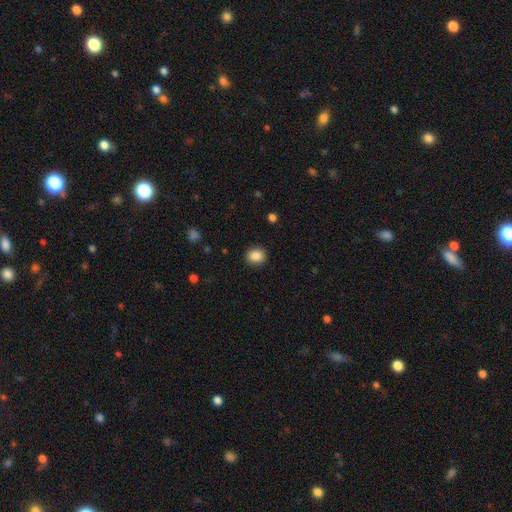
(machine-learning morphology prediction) A smooth galaxy with no disk features (87%) that is round (71%). Merging: none (90%).